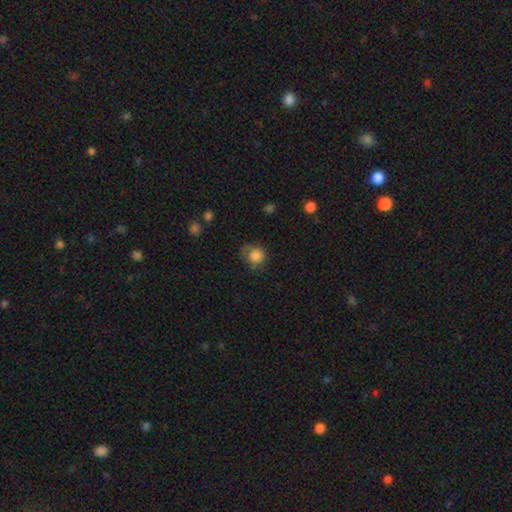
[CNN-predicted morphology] Smooth or featured? smooth (82%)
How rounded? round (82%)
Merging? none (54%)